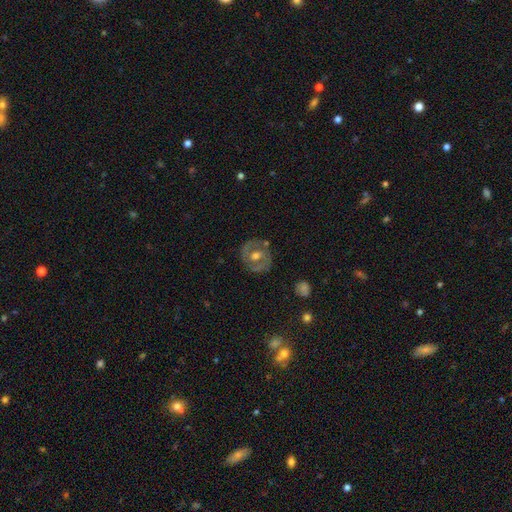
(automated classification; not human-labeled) A featured or disk galaxy (69%) with no bar (52%), spiral arms (61%) and a moderate central bulge (73%). Merging: none (81%).